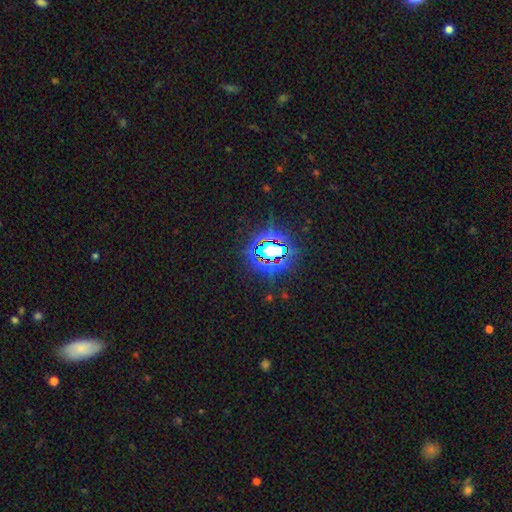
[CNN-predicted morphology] A star or artifact, not a galaxy (80%).

Vote fractions:
- Smooth or featured? star or artifact: 80% / smooth: 13% / featured or disk: 8%